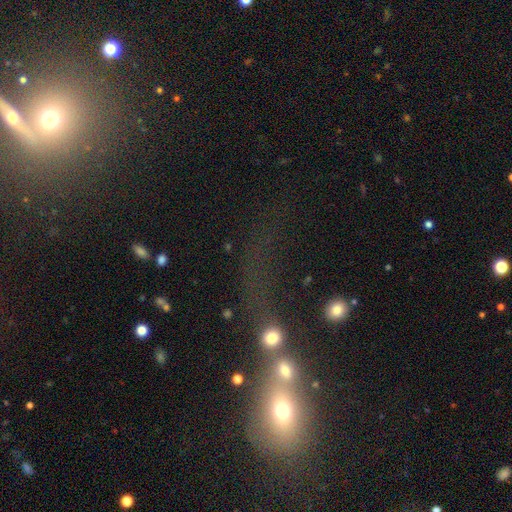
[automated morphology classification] smooth 45%, star or artifact 35%, featured or disk 20%. Down the decision tree: merging — merger (38%).